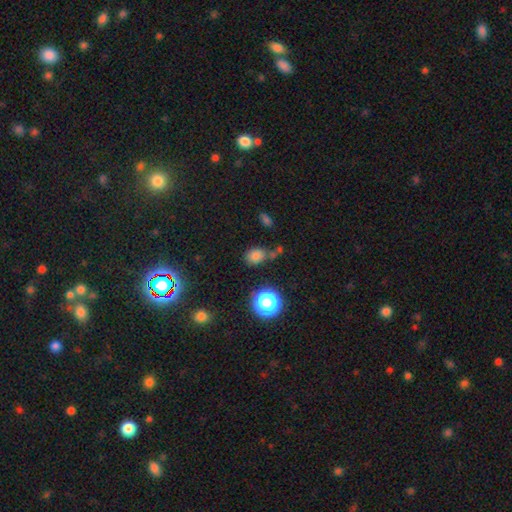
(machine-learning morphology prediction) Smooth or featured: smooth — 76% (star or artifact — 18%)
How rounded: in between — 54% (round — 44%)
Merging: none — 66% (minor disturbance — 18%)